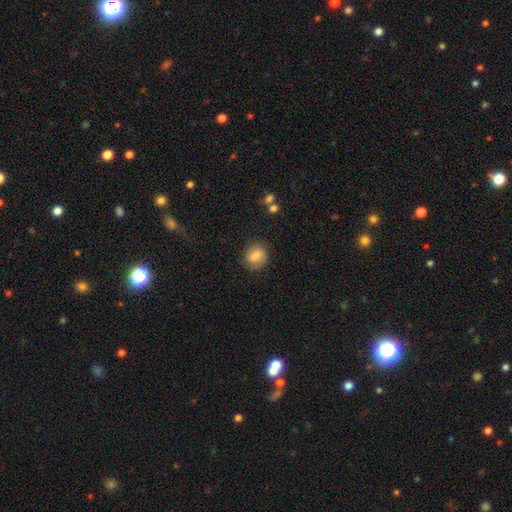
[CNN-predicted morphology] Smooth or featured? smooth (75%)
How rounded? round (71%)
Merging? none (81%)